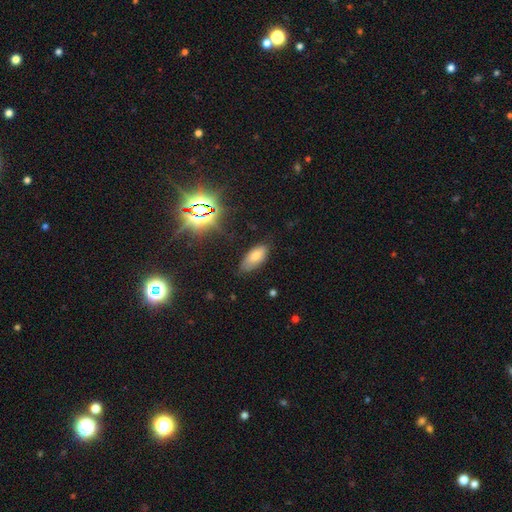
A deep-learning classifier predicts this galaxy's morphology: Smooth or featured? smooth (64%)
How rounded? in between (89%)
Merging? none (74%)